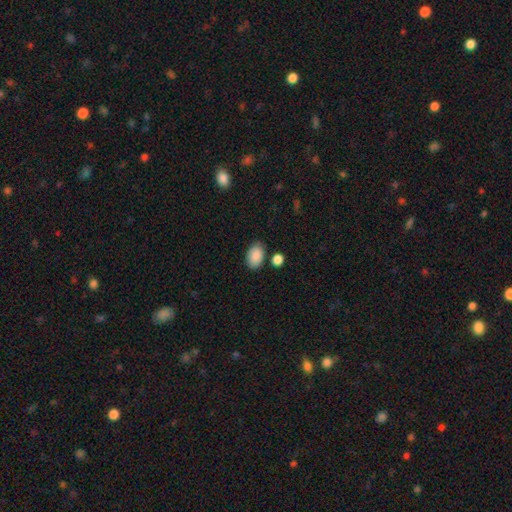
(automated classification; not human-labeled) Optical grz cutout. It shows a smooth galaxy with no disk features (89%) that is in between round and cigar-shaped (88%). Merging: none (79%).